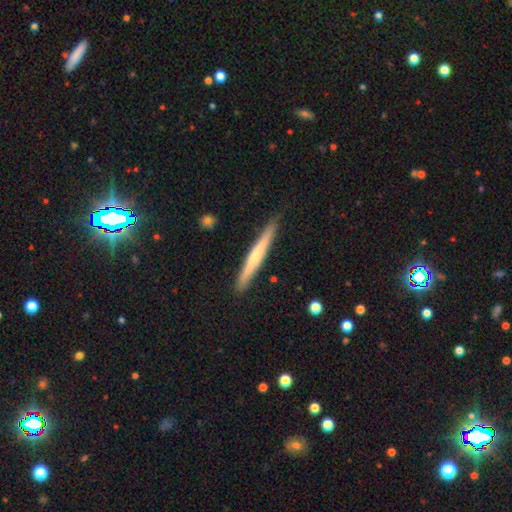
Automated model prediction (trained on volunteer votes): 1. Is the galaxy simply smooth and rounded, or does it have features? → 50% featured or disk, 44% smooth, 6% star or artifact.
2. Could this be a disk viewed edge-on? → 96% yes, 4% no.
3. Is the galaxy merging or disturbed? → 89% none, 8% minor disturbance, 1% major disturbance, 1% merger.